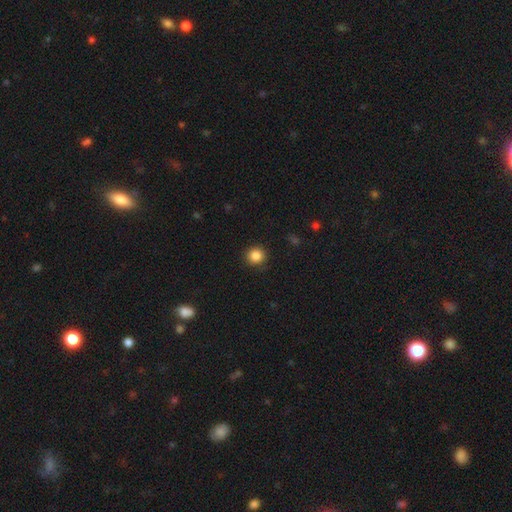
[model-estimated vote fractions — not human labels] Smooth or featured?
  - smooth: 85% *
  - star or artifact: 10%
  - featured or disk: 4%
How rounded?
  - round: 93% *
  - in between: 6%
  - cigar-shaped: 1%
Merging?
  - none: 90% *
  - minor disturbance: 6%
  - major disturbance: 2%
  - merger: 1%